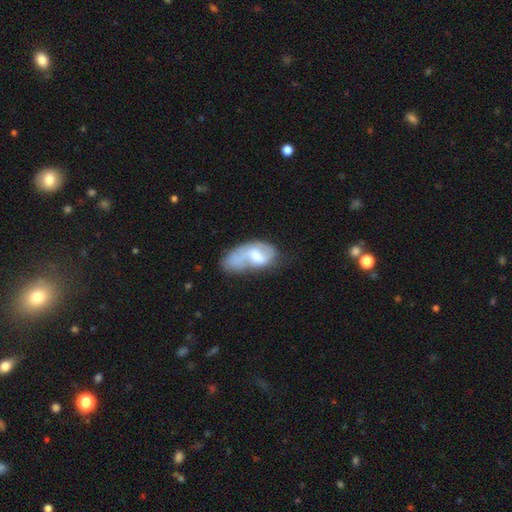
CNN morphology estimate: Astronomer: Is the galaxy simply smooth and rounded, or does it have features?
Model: featured or disk — 49% (runner-up: smooth, 44%).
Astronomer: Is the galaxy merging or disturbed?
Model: major disturbance — 31% (runner-up: minor disturbance, 29%).